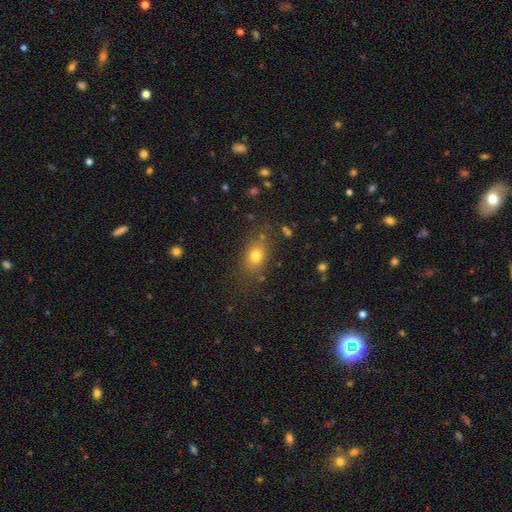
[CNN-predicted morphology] smooth_or_featured: smooth (p=0.76) [alt: star or artifact p=0.13]
how_rounded: in between (p=0.68) [alt: round p=0.29]
merging: none (p=0.76) [alt: minor disturbance p=0.15]